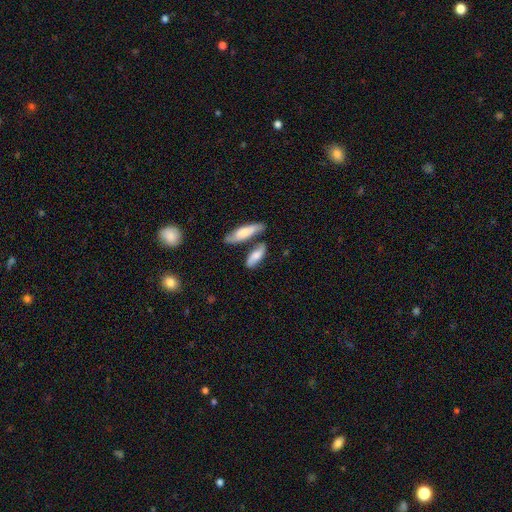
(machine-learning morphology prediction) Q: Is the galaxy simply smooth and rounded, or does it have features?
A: smooth — 65%.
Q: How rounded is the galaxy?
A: in between — 60%.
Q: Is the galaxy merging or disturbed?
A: none — 56%.